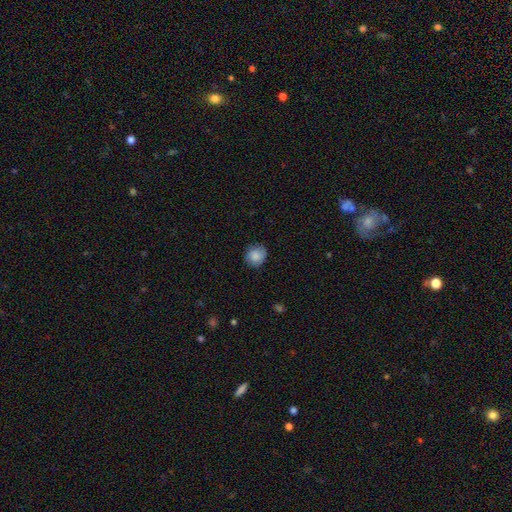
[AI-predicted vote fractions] Smooth or featured?
  - smooth: 86% *
  - star or artifact: 8%
  - featured or disk: 6%
How rounded?
  - round: 84% *
  - in between: 15%
  - cigar-shaped: 1%
Merging?
  - none: 84% *
  - minor disturbance: 13%
  - major disturbance: 3%
  - merger: 1%